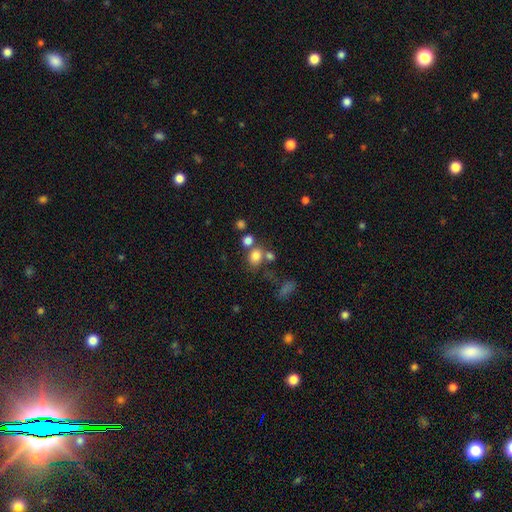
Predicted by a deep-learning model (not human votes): Smooth or featured?
  - smooth: 77% *
  - star or artifact: 14%
  - featured or disk: 10%
How rounded?
  - round: 54% *
  - in between: 45%
  - cigar-shaped: 1%
Merging?
  - none: 51% *
  - merger: 30%
  - minor disturbance: 11%
  - major disturbance: 7%